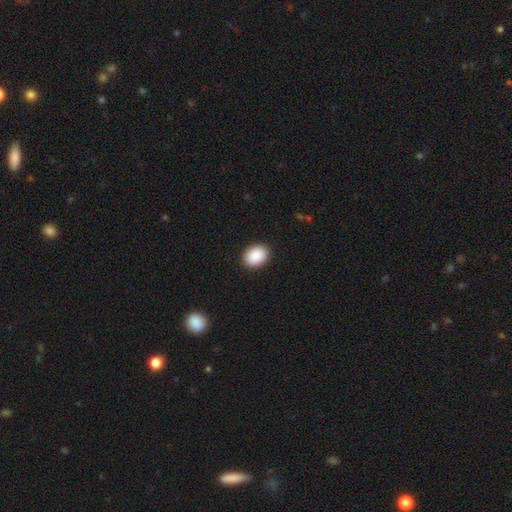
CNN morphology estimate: This is clearly a smooth galaxy (90%). How rounded: likely in between (70%). Merging: clearly none (90%).